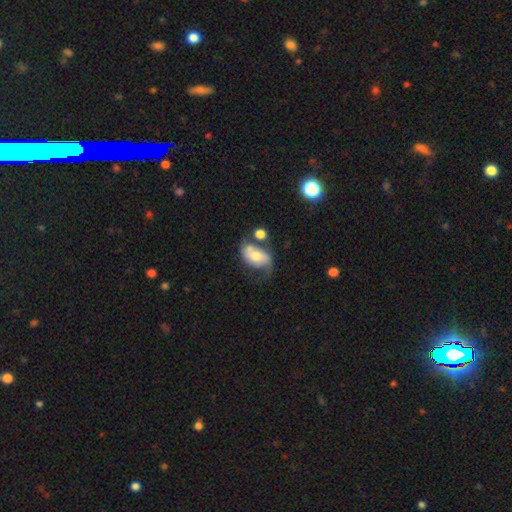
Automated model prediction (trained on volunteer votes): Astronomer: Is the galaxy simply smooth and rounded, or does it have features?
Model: featured or disk — 59% (runner-up: smooth, 34%).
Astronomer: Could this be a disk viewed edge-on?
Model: no — 96%.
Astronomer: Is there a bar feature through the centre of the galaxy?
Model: no — 60%.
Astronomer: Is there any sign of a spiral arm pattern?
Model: yes — 78%.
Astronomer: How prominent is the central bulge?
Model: moderate — 66%.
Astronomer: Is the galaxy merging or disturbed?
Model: none — 34% (runner-up: minor disturbance, 23%).